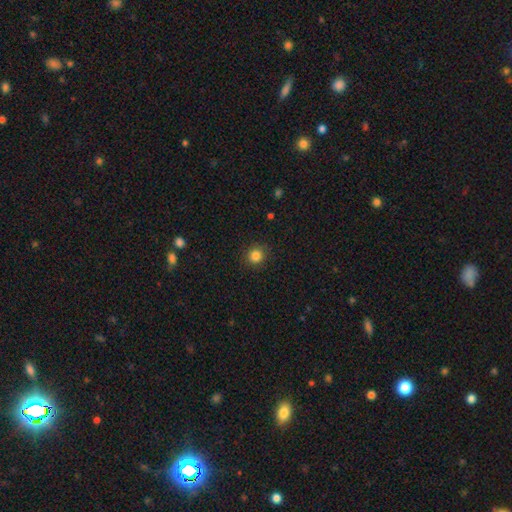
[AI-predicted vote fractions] Morphology: type=smooth (84%); roundness=round (89%); merging=none (90%).